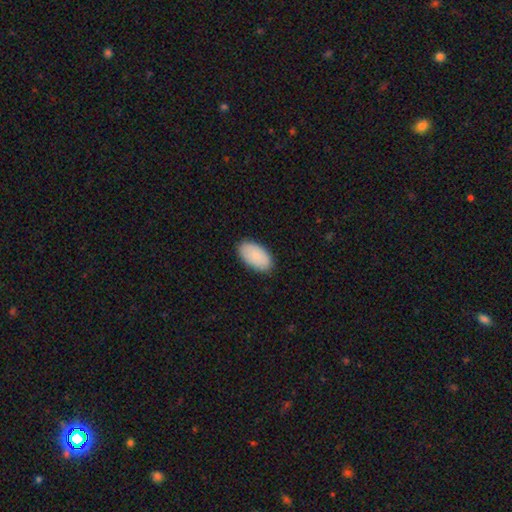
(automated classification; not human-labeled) The model was most divided on "merging": none: 86%, minor disturbance: 11%, major disturbance: 2%, merger: 1%. More confident: how rounded — in between (96%); smooth or featured — smooth (87%).